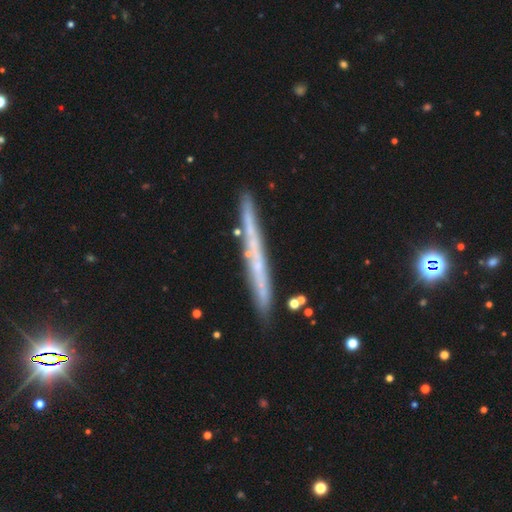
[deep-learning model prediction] This is likely a featured or disk galaxy (61%). It is clearly viewed edge-on (94%). Edge-on bulge: clearly none (86%). Merging: clearly none (86%).